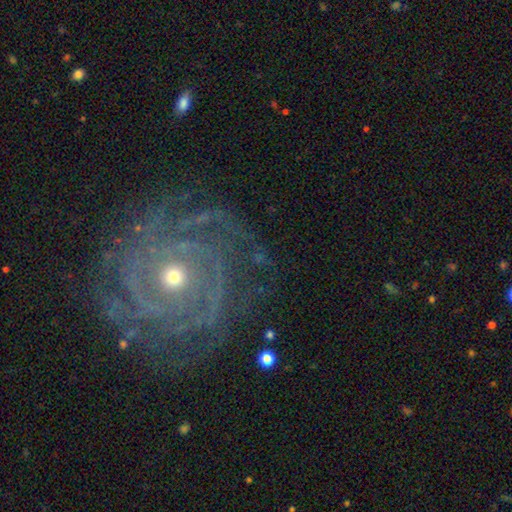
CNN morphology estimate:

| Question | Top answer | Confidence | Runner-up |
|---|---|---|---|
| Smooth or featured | featured or disk | 86% | star or artifact (8%) |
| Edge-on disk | no | 97% | yes (3%) |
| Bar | no | 80% | weak (14%) |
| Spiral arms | yes | 96% | no (4%) |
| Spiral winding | tight | 78% | medium (18%) |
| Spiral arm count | can't tell | 25% | more than 4 (20%) |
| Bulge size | small | 52% | moderate (44%) |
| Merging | none | 76% | minor disturbance (14%) |